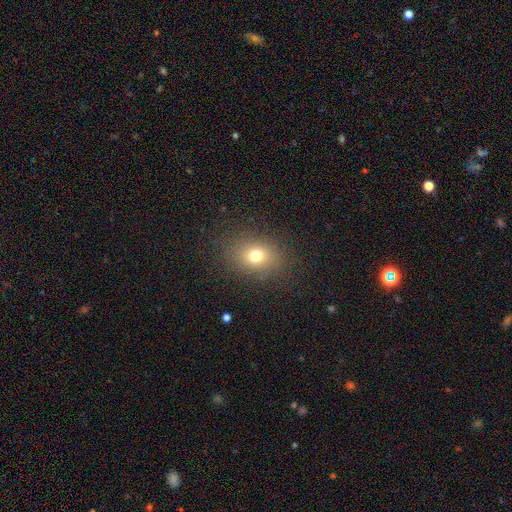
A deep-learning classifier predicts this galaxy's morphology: Q: Smooth or featured?
A: smooth (73%); runner-up: star or artifact (16%)
Q: How rounded?
A: in between (51%); runner-up: round (48%)
Q: Merging?
A: none (84%); runner-up: minor disturbance (10%)